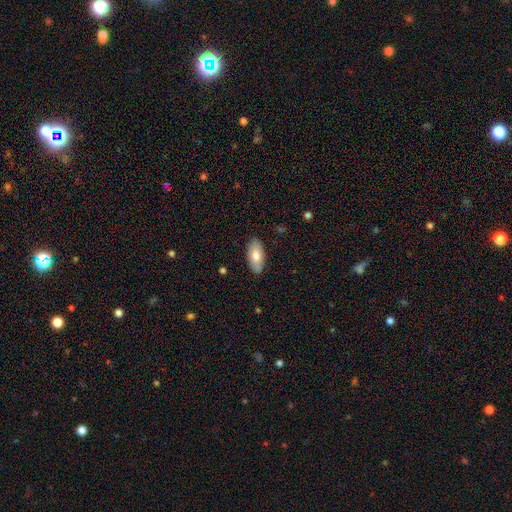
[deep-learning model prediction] The model was most divided on "smooth or featured": smooth: 74%, featured or disk: 20%, star or artifact: 6%. More confident: how rounded — in between (92%); merging — none (87%).